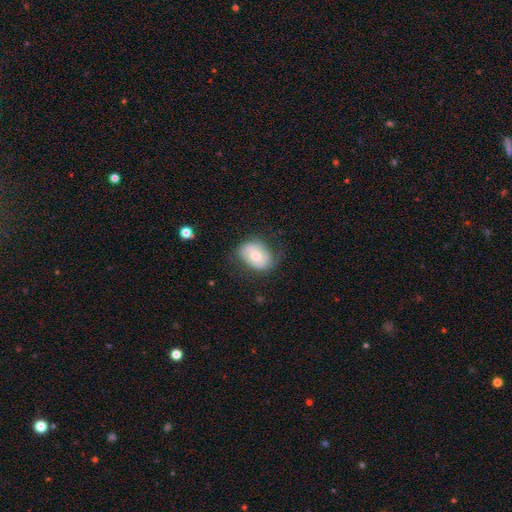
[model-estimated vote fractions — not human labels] Morphology: type=smooth (59%); roundness=in between (75%); merging=none (63%).